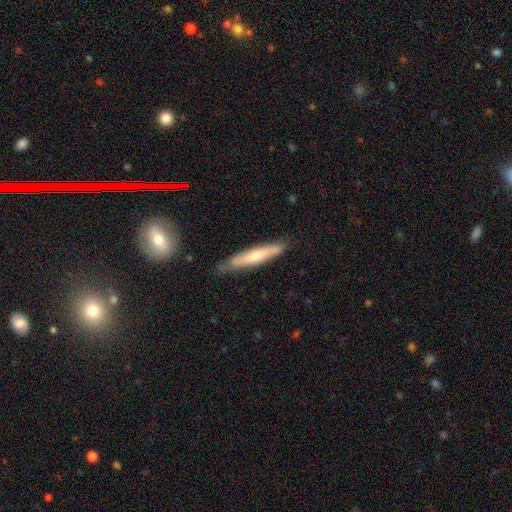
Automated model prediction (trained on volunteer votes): Smooth or featured: smooth — 55% (featured or disk — 40%)
How rounded: cigar-shaped — 91% (in between — 8%)
Merging: none — 76% (minor disturbance — 19%)